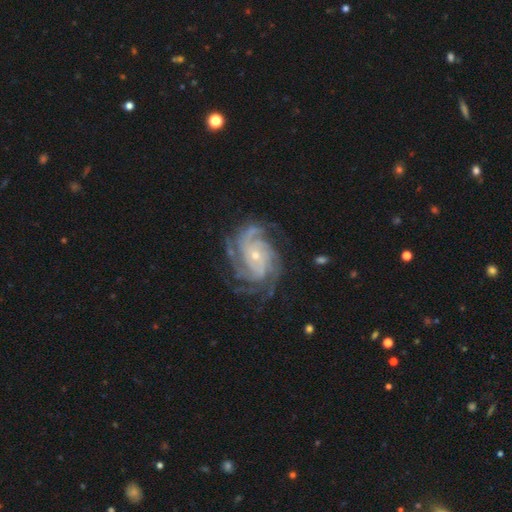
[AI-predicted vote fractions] featured or disk 91%, star or artifact 5%, smooth 3%. Down the decision tree: edge-on disk — no (98%); bar — no (68%); spiral arms — yes (98%); spiral arm count — 4 (34%); spiral winding — tight (64%); bulge size — small (74%); merging — none (73%).